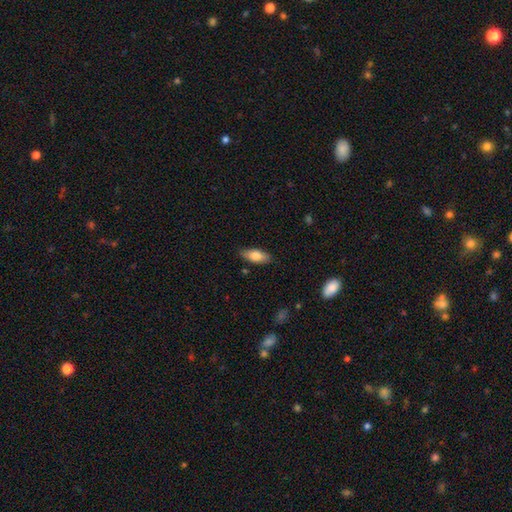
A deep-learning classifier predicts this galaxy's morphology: Smooth or featured? smooth (75%)
How rounded? in between (81%)
Merging? none (85%)